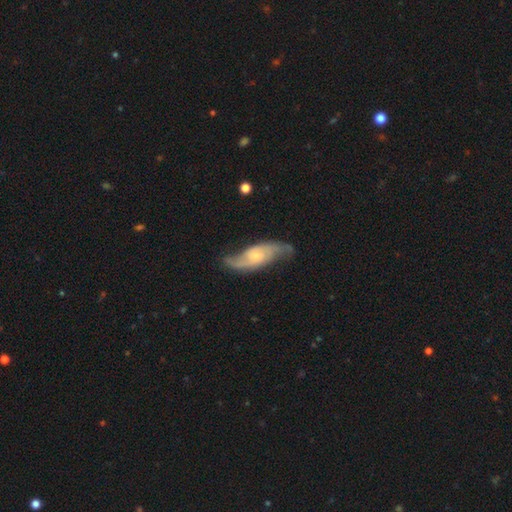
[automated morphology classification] featured or disk 81%, smooth 14%, star or artifact 5%. Down the decision tree: edge-on disk — no (91%); bar — no (59%); spiral arms — yes (95%); spiral arm count — 2 (89%); spiral winding — loose (53%); bulge size — small (60%); merging — none (71%).